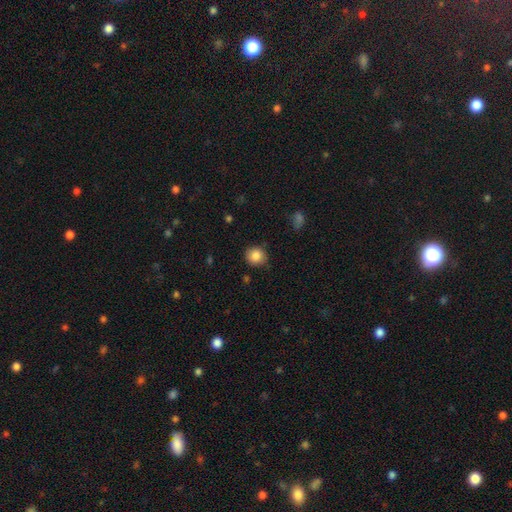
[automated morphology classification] type=smooth (85%); roundness=round (86%); merging=none (84%).